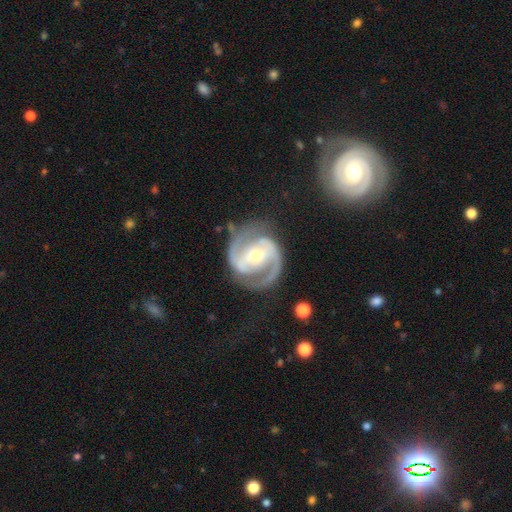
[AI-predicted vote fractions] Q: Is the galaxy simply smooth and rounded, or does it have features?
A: featured or disk — 91%.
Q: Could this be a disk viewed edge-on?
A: no — 98%.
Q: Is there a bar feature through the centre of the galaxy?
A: strong — 45%.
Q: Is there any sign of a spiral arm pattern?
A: yes — 97%.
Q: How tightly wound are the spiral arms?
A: medium — 55%.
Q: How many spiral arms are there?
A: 2 — 93%.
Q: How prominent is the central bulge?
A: moderate — 49%.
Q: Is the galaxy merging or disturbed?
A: none — 80%.